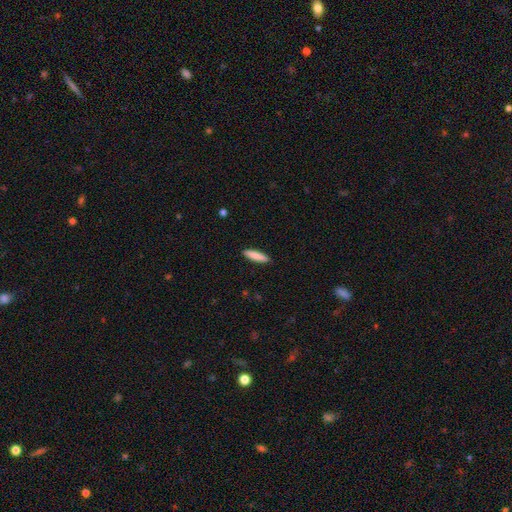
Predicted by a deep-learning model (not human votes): Smooth or featured? Predicted: smooth (p=0.85). How rounded? Predicted: cigar-shaped (p=0.80). Merging? Predicted: none (p=0.91).